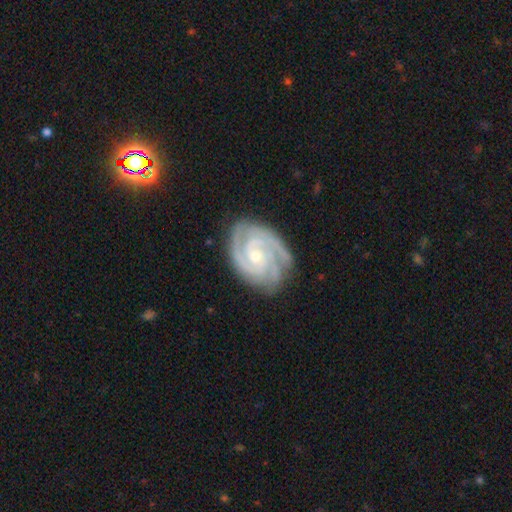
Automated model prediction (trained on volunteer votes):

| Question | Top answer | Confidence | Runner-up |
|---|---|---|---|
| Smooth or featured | featured or disk | 92% | star or artifact (4%) |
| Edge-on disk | no | 98% | yes (2%) |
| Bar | no | 66% | weak (26%) |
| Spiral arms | yes | 99% | no (1%) |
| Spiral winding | tight | 73% | medium (24%) |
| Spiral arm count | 3 | 54% | 2 (18%) |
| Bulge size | small | 62% | moderate (35%) |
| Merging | none | 78% | minor disturbance (17%) |